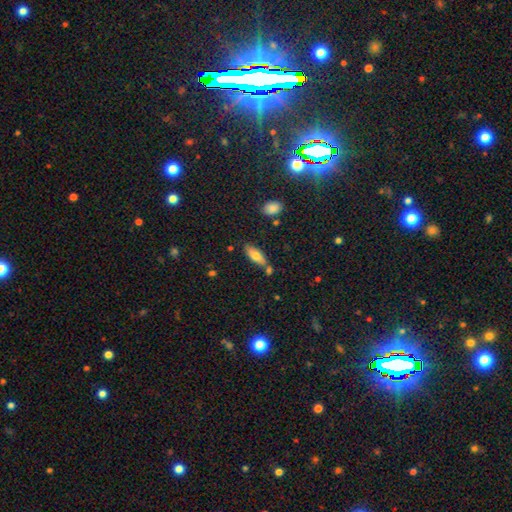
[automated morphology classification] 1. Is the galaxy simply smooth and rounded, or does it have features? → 71% smooth, 21% featured or disk, 8% star or artifact.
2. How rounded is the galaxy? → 70% in between, 28% cigar-shaped, 2% round.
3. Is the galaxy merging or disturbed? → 70% none, 14% minor disturbance, 12% merger, 3% major disturbance.